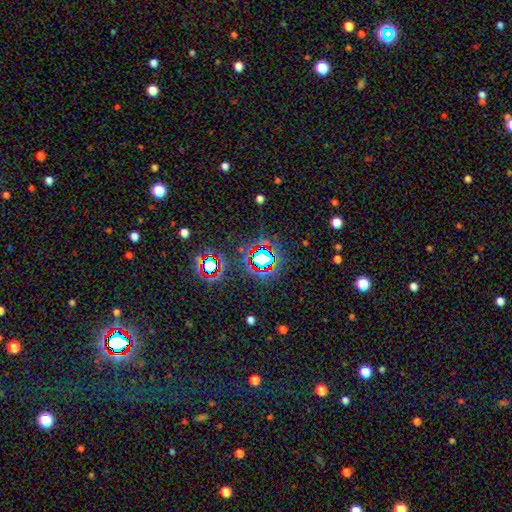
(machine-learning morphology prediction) A star or artifact, not a galaxy (67%).